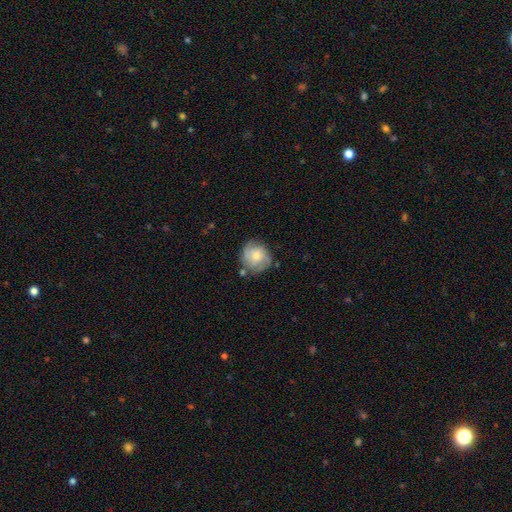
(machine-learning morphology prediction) smooth_or_featured: featured or disk (p=0.46) [tied with: smooth p=0.46]
merging: none (p=0.69) [alt: minor disturbance p=0.20]